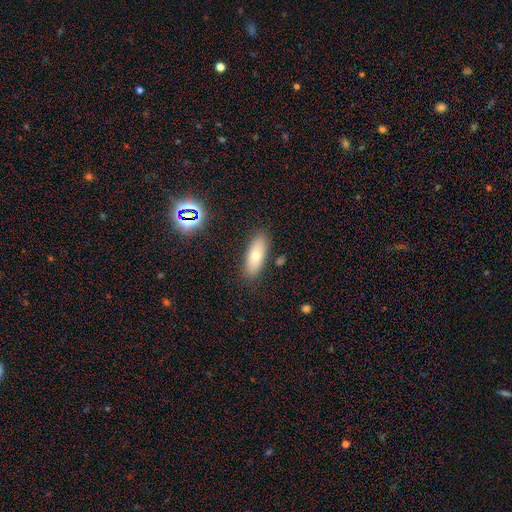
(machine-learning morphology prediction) smooth-or-featured: smooth: 69% | featured or disk: 22% | star or artifact: 9%
  how-rounded: in between: 74% | cigar-shaped: 23% | round: 3%
  merging: none: 85% | minor disturbance: 10% | major disturbance: 3% | merger: 2%